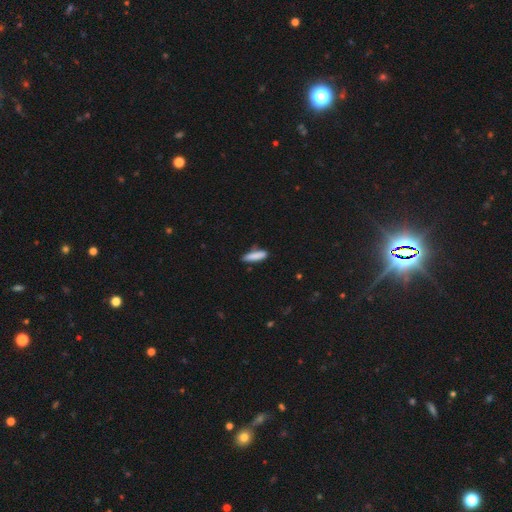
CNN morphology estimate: Smooth or featured: smooth — 86% (featured or disk — 8%)
How rounded: cigar-shaped — 72% (in between — 26%)
Merging: none — 80% (minor disturbance — 16%)